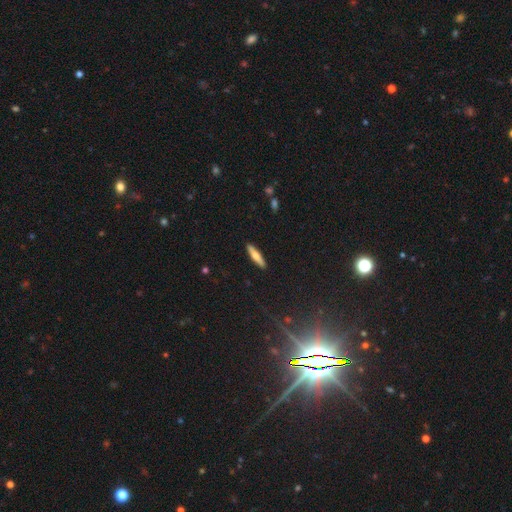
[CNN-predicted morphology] A smooth galaxy with no disk features (60%) that is cigar-shaped (81%). Merging: none (91%).